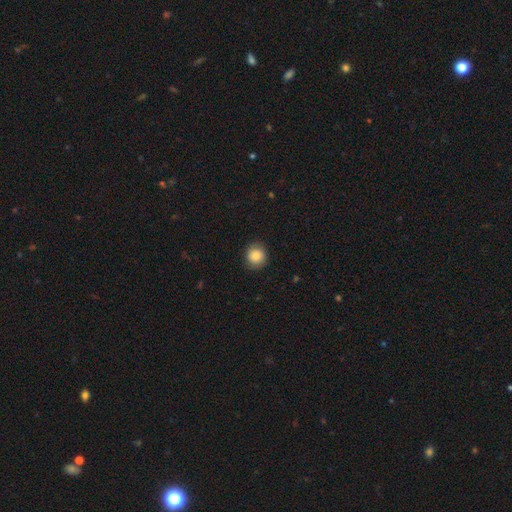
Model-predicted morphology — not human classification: A smooth galaxy with no disk features (85%) that is round (88%). Merging: none (86%).